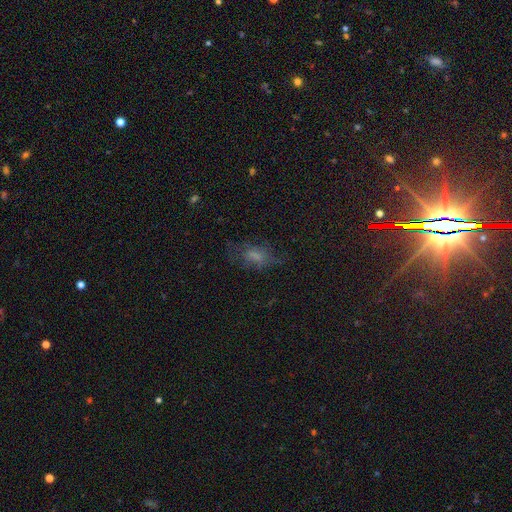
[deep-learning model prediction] Smooth or featured?
  - smooth: 52% *
  - featured or disk: 28%
  - star or artifact: 20%
How rounded?
  - in between: 82% *
  - round: 10%
  - cigar-shaped: 7%
Merging?
  - none: 54% *
  - minor disturbance: 23%
  - major disturbance: 21%
  - merger: 2%